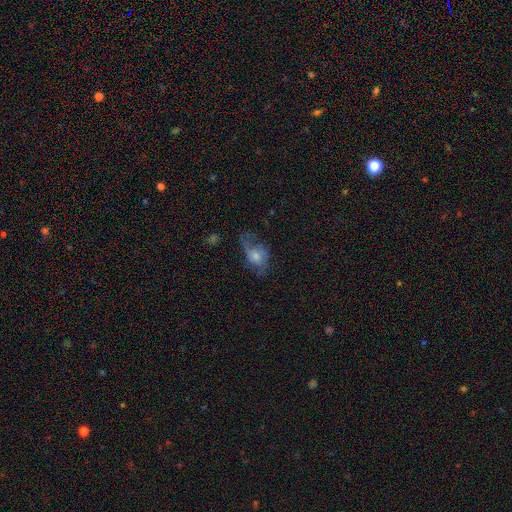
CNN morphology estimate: smooth-or-featured: smooth: 45% (tied) | featured or disk: 45% (tied) | star or artifact: 10%
  merging: major disturbance: 39% | none: 33% | minor disturbance: 26% | merger: 2%